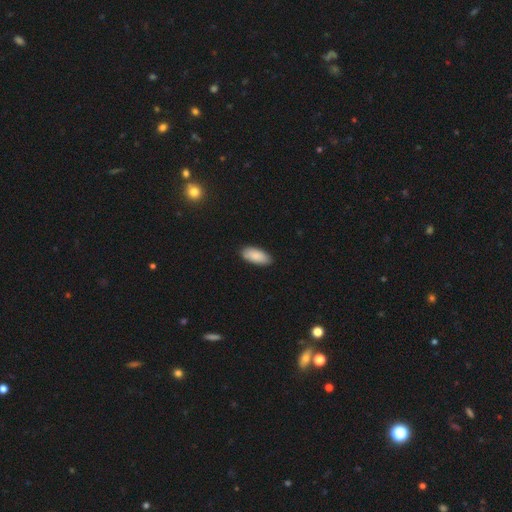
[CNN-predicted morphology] Q: Smooth or featured?
A: smooth (89%); runner-up: star or artifact (6%)
Q: How rounded?
A: in between (89%); runner-up: cigar-shaped (9%)
Q: Merging?
A: none (88%); runner-up: minor disturbance (10%)